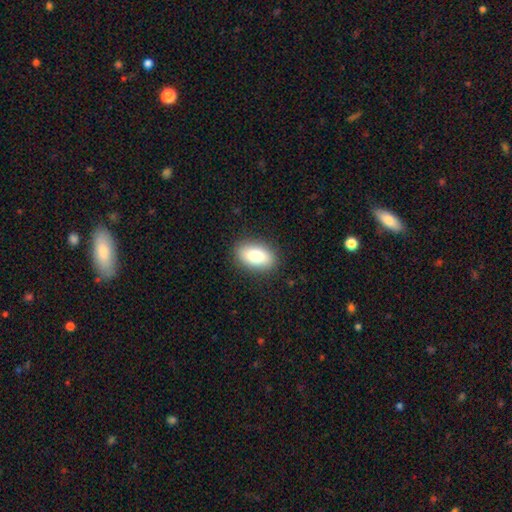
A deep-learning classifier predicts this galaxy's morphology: Smooth or featured? smooth (81%)
How rounded? in between (91%)
Merging? none (88%)